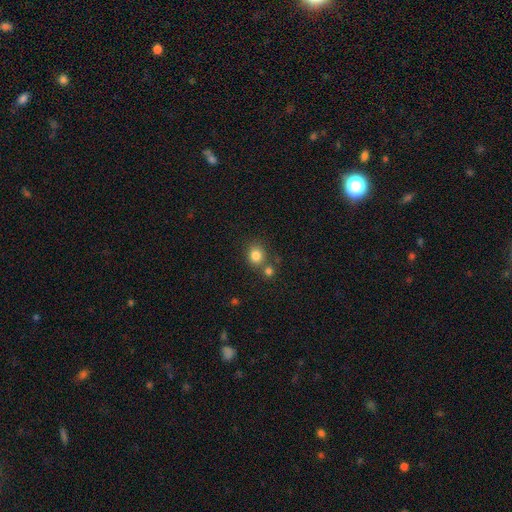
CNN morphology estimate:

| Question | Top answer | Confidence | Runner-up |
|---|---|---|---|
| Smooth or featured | smooth | 83% | star or artifact (11%) |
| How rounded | round | 80% | in between (19%) |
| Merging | none | 64% | merger (23%) |